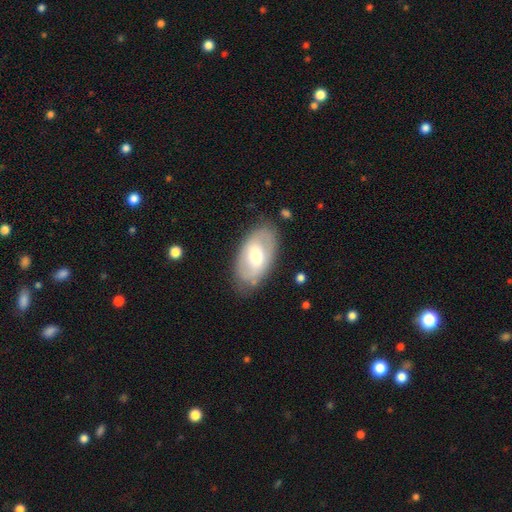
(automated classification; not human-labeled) smooth-or-featured: featured or disk: 49% | smooth: 45% | star or artifact: 6%
  merging: none: 77% | minor disturbance: 16% | major disturbance: 5% | merger: 2%